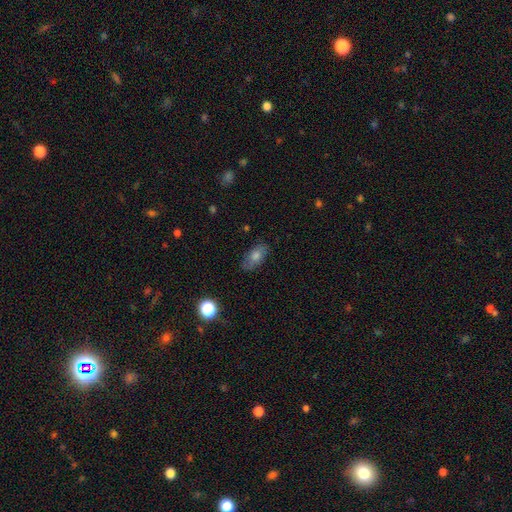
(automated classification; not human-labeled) Smooth or featured?
  - smooth: 67% *
  - featured or disk: 21%
  - star or artifact: 12%
How rounded?
  - in between: 87% *
  - round: 8%
  - cigar-shaped: 6%
Merging?
  - none: 78% *
  - minor disturbance: 16%
  - major disturbance: 4%
  - merger: 1%